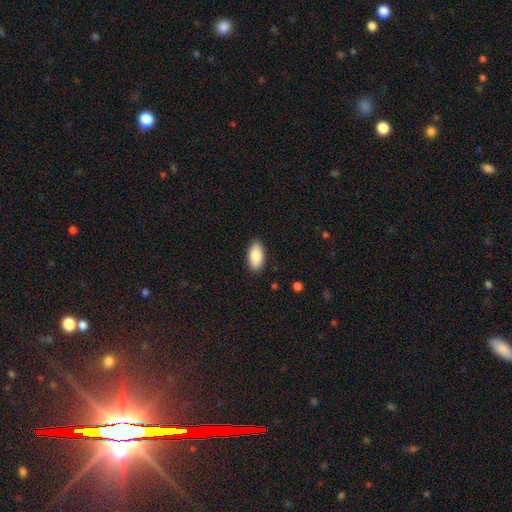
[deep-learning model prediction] A smooth galaxy with no disk features (86%) that is in between round and cigar-shaped (93%).

Vote fractions:
- Smooth or featured? smooth: 86% / featured or disk: 7% / star or artifact: 6%
- How rounded? in between: 93% / cigar-shaped: 5% / round: 2%
- Merging? none: 88% / minor disturbance: 9% / major disturbance: 2% / merger: 1%